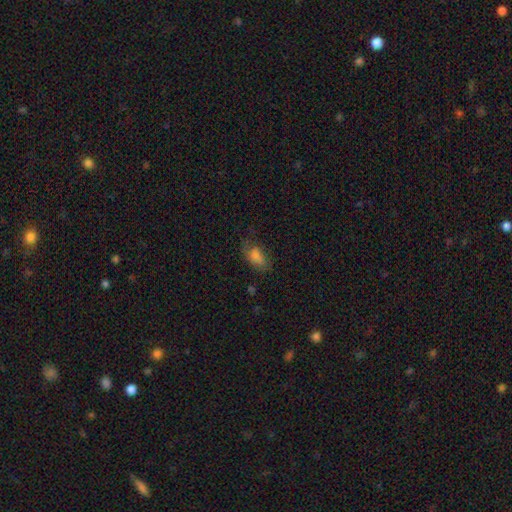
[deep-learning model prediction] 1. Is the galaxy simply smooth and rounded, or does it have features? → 72% smooth, 16% featured or disk, 13% star or artifact.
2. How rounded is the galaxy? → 88% in between, 7% round, 5% cigar-shaped.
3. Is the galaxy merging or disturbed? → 53% none, 28% minor disturbance, 17% major disturbance, 2% merger.